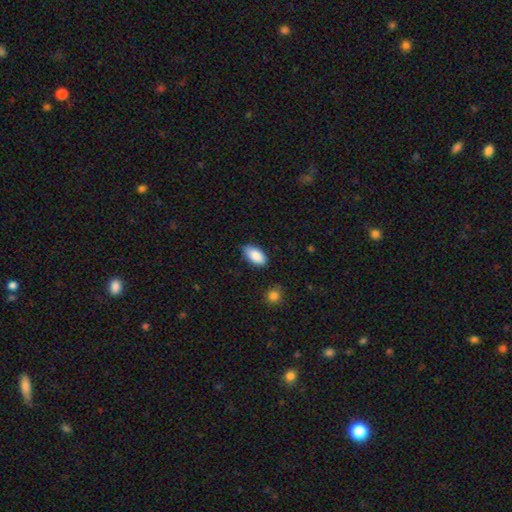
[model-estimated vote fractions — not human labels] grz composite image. It shows a smooth galaxy with no disk features (87%) that is in between round and cigar-shaped (93%). Merging: none (75%).